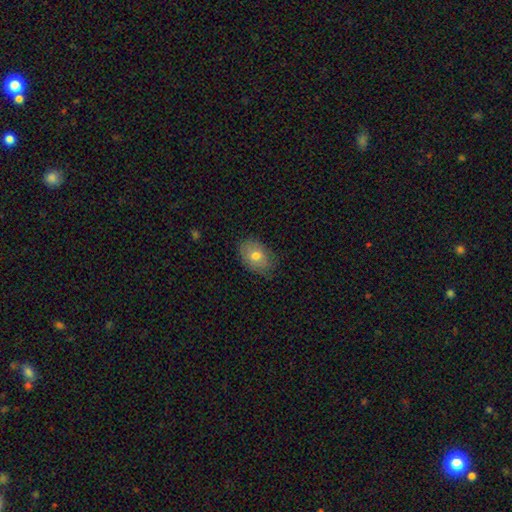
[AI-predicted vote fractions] A smooth galaxy with no disk features (76%) that is in between round and cigar-shaped (78%).

Vote fractions:
- Smooth or featured? smooth: 76% / featured or disk: 16% / star or artifact: 8%
- How rounded? in between: 78% / round: 21% / cigar-shaped: 1%
- Merging? none: 76% / minor disturbance: 19% / major disturbance: 4% / merger: 1%